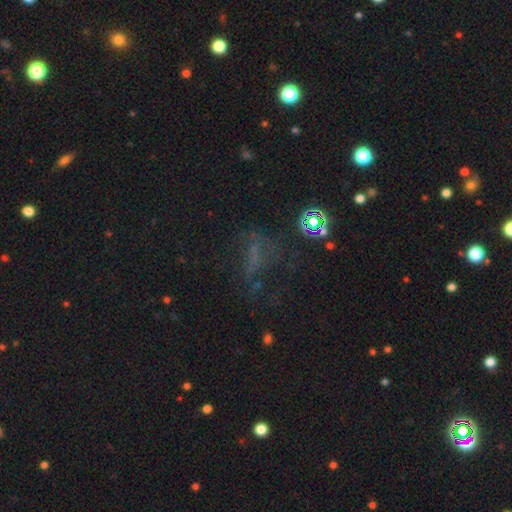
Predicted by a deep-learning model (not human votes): The model was most divided on "smooth or featured": star or artifact: 41%, smooth: 32%, featured or disk: 26%.